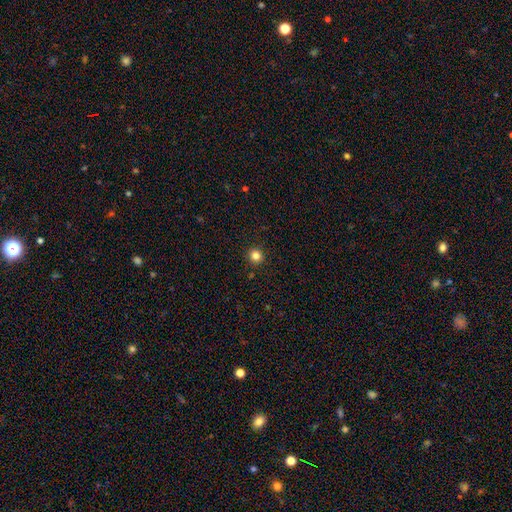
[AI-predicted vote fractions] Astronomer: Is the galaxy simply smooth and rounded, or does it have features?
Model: smooth — 83%.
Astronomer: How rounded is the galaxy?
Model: round — 95%.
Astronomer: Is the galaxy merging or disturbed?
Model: none — 93%.